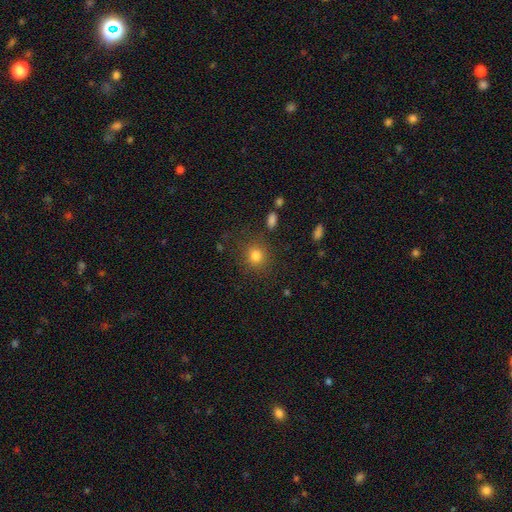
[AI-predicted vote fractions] A smooth galaxy with no disk features (81%) that is round (83%).

Vote fractions:
- Smooth or featured? smooth: 81% / star or artifact: 13% / featured or disk: 7%
- How rounded? round: 83% / in between: 16% / cigar-shaped: 1%
- Merging? none: 82% / minor disturbance: 10% / major disturbance: 5% / merger: 3%